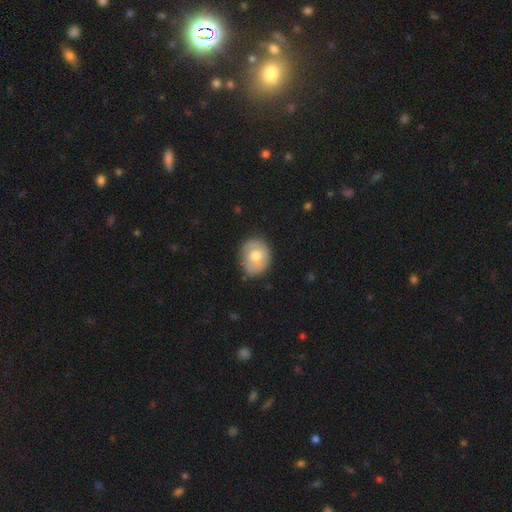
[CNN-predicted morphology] type=smooth (63%); roundness=round (61%); merging=none (72%).